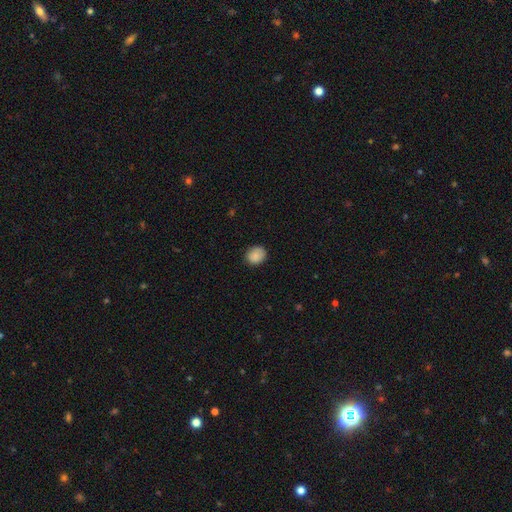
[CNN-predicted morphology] This appears to be a smooth galaxy with no disk features (86%) that is round (69%). Merging: none (84%).